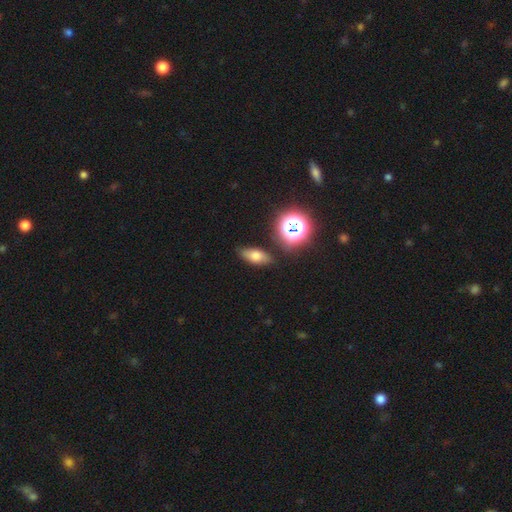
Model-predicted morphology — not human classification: Smooth or featured?
  - smooth: 66% *
  - featured or disk: 18%
  - star or artifact: 16%
How rounded?
  - in between: 76% *
  - cigar-shaped: 14%
  - round: 10%
Merging?
  - none: 84% *
  - minor disturbance: 11%
  - merger: 3%
  - major disturbance: 3%